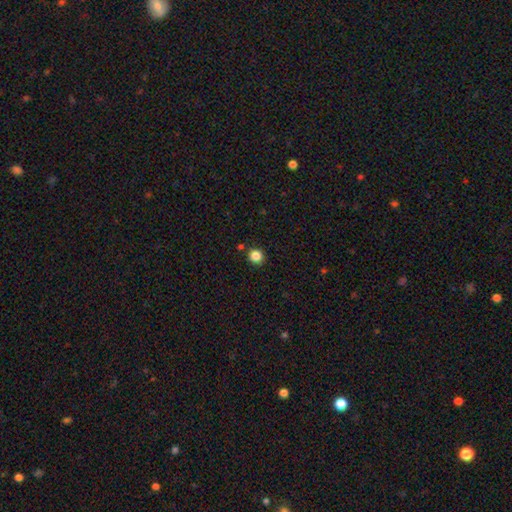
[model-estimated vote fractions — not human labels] smooth-or-featured: smooth: 85% | star or artifact: 11% | featured or disk: 4%
  how-rounded: round: 90% | in between: 9% | cigar-shaped: 1%
  merging: none: 88% | minor disturbance: 6% | merger: 3% | major disturbance: 2%